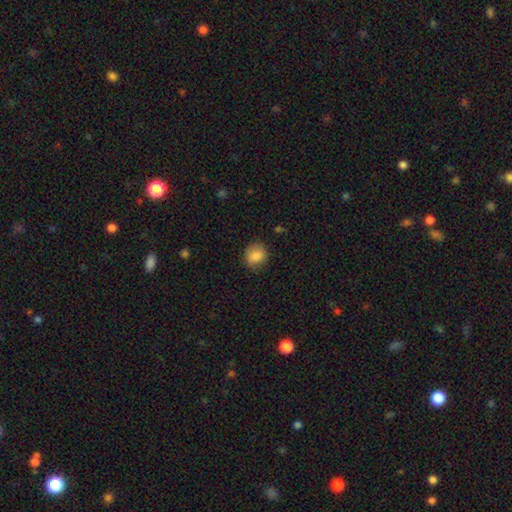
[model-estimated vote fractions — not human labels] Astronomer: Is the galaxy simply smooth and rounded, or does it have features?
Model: smooth — 85%.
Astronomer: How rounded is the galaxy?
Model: round — 75%.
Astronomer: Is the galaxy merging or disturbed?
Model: none — 83%.